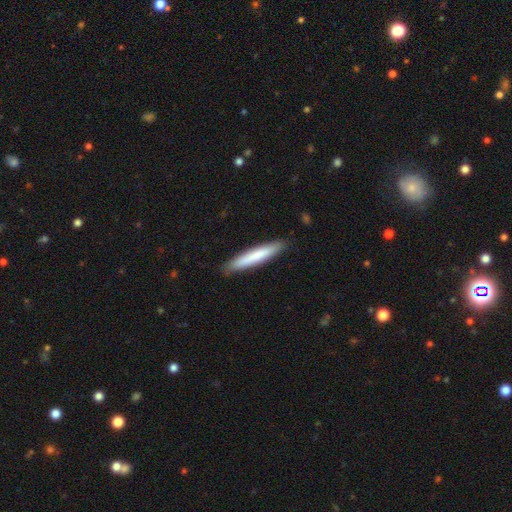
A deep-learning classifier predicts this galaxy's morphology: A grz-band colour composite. It shows a smooth galaxy with no disk features (75%) that is cigar-shaped (94%). Merging: none (88%).